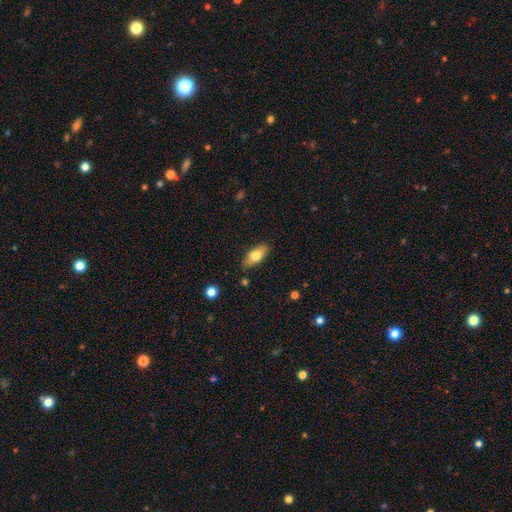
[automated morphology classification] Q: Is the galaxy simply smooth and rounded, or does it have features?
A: smooth — 71%.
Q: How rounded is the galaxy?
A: in between — 79%.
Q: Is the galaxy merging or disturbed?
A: none — 84%.